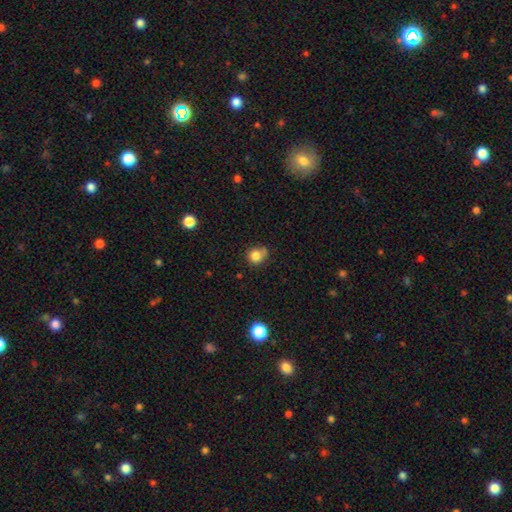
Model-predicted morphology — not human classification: smooth-or-featured: smooth: 82% | star or artifact: 11% | featured or disk: 7%
  how-rounded: round: 82% | in between: 17% | cigar-shaped: 1%
  merging: none: 58% | minor disturbance: 24% | merger: 12% | major disturbance: 7%